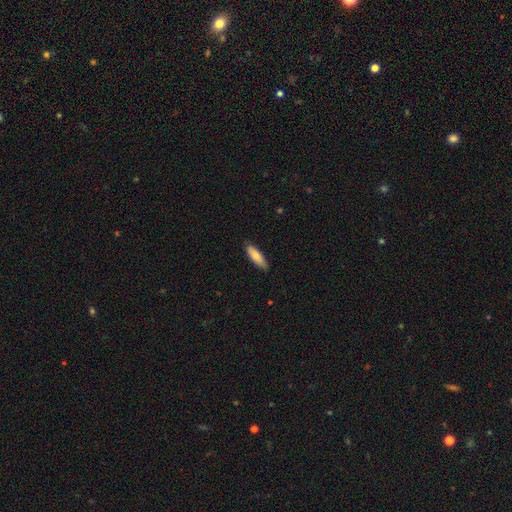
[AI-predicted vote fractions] smooth-or-featured: smooth: 75% | featured or disk: 19% | star or artifact: 6%
  how-rounded: cigar-shaped: 57% | in between: 41% | round: 2%
  merging: none: 86% | minor disturbance: 12% | major disturbance: 2% | merger: 1%